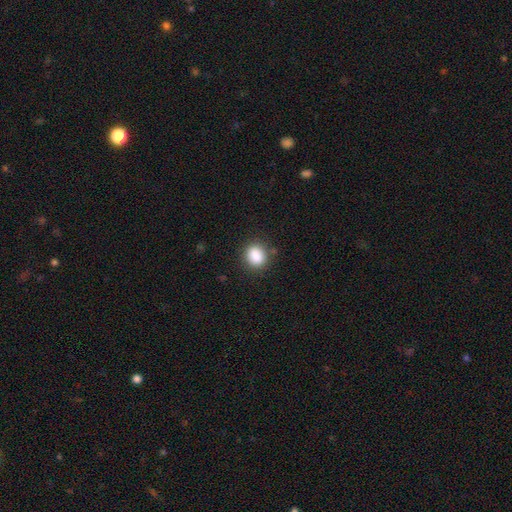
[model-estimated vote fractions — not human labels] smooth_or_featured: smooth (p=0.87) [alt: star or artifact p=0.09]
how_rounded: round (p=0.63) [alt: in between p=0.36]
merging: none (p=0.84) [alt: minor disturbance p=0.11]